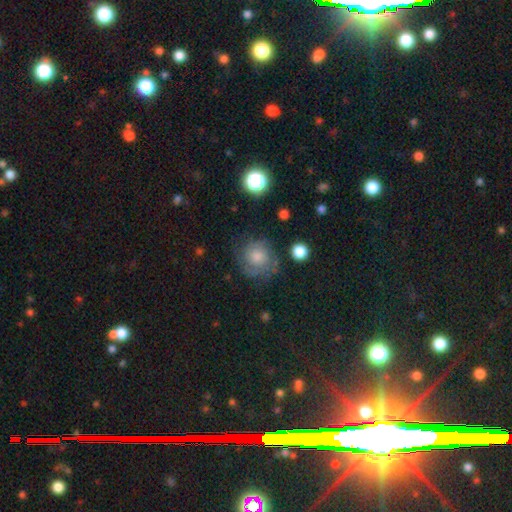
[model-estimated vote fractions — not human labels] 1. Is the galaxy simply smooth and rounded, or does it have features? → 43% featured or disk, 41% smooth, 16% star or artifact.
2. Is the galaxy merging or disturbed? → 73% none, 17% minor disturbance, 8% major disturbance, 2% merger.